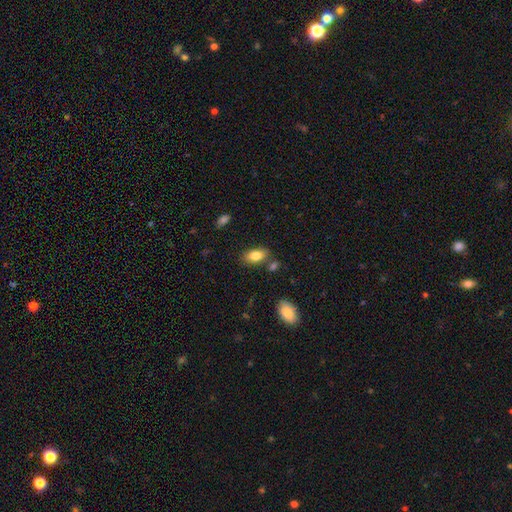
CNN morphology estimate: Smooth or featured?
  - smooth: 82% *
  - featured or disk: 11%
  - star or artifact: 7%
How rounded?
  - in between: 91% *
  - cigar-shaped: 5%
  - round: 4%
Merging?
  - none: 78% *
  - minor disturbance: 13%
  - merger: 7%
  - major disturbance: 3%